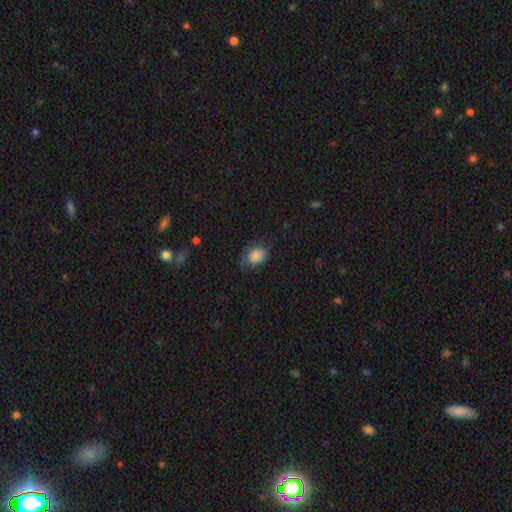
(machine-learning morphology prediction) smooth 83%, featured or disk 9%, star or artifact 8%. Down the decision tree: how rounded — in between (60%); merging — none (63%).